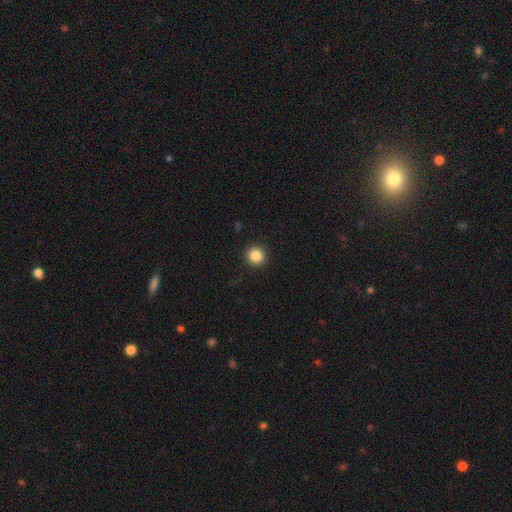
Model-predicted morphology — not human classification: This appears to be a smooth galaxy with no disk features (86%) that is round (91%). Merging: none (92%).